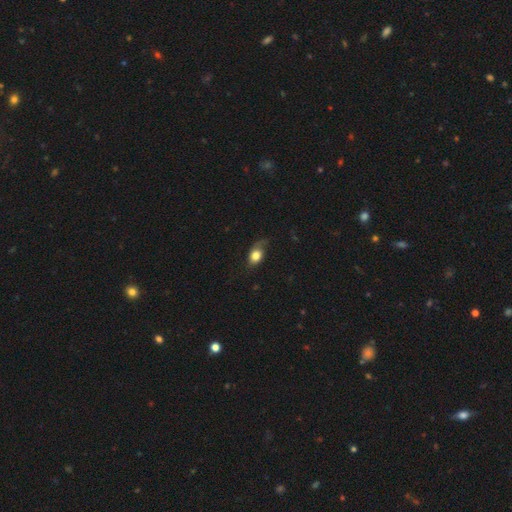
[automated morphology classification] A smooth galaxy with no disk features (68%) that is in between round and cigar-shaped (72%). Merging: none (47%).